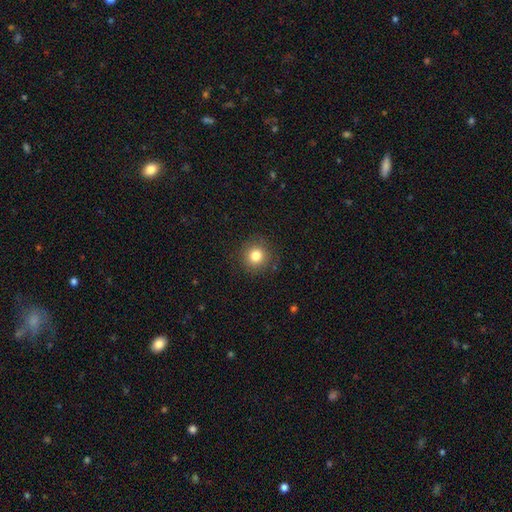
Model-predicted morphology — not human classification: smooth_or_featured: smooth (p=0.81) [alt: star or artifact p=0.12]
how_rounded: round (p=0.93) [alt: in between p=0.06]
merging: none (p=0.89) [alt: minor disturbance p=0.07]